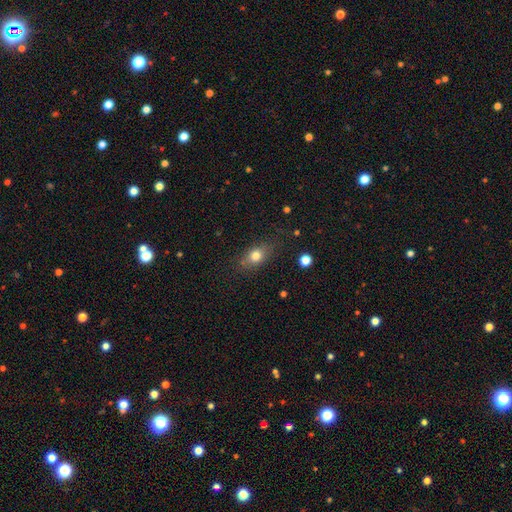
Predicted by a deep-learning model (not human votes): Smooth or featured?
  - smooth: 76% *
  - featured or disk: 13%
  - star or artifact: 11%
How rounded?
  - in between: 66% *
  - round: 28%
  - cigar-shaped: 5%
Merging?
  - none: 76% *
  - minor disturbance: 16%
  - major disturbance: 5%
  - merger: 2%